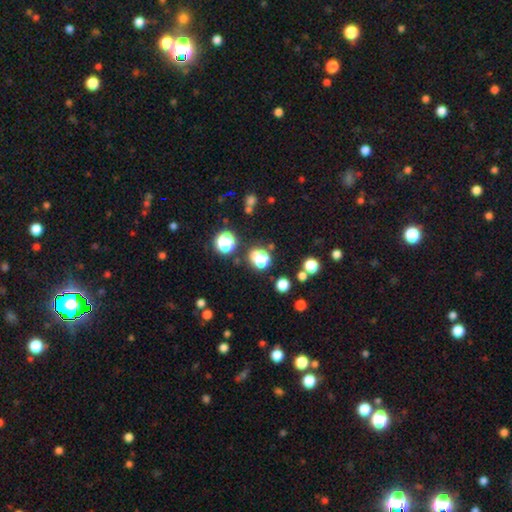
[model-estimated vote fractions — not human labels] Smooth or featured?
  - smooth: 59% *
  - star or artifact: 34%
  - featured or disk: 8%
How rounded?
  - round: 80% *
  - in between: 19%
  - cigar-shaped: 1%
Merging?
  - none: 72% *
  - minor disturbance: 11%
  - merger: 11%
  - major disturbance: 6%